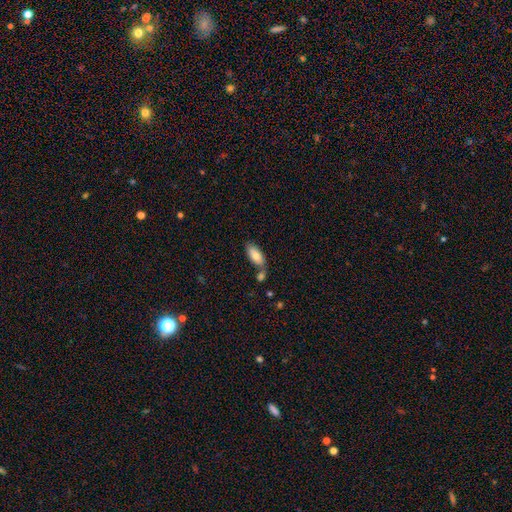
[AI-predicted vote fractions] Smooth or featured?
  - smooth: 80% *
  - featured or disk: 14%
  - star or artifact: 7%
How rounded?
  - in between: 88% *
  - cigar-shaped: 10%
  - round: 2%
Merging?
  - none: 54% *
  - merger: 26%
  - minor disturbance: 15%
  - major disturbance: 4%